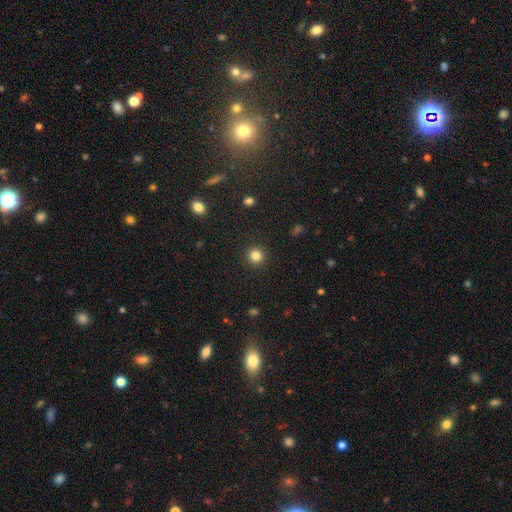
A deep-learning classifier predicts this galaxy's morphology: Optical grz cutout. It shows a smooth galaxy with no disk features (83%) that is round (95%). Merging: none (93%).